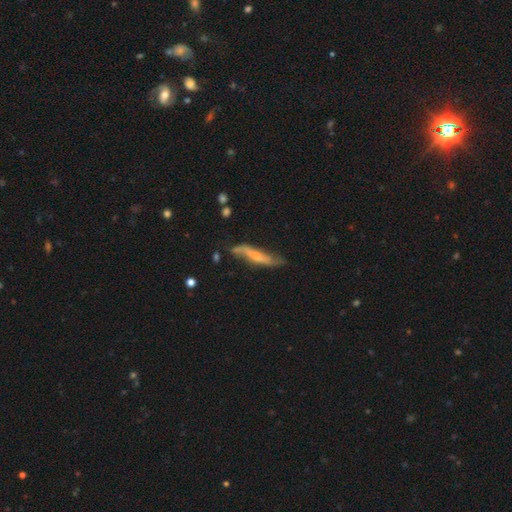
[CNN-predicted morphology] Smooth or featured?
  - featured or disk: 57% *
  - smooth: 36%
  - star or artifact: 7%
Edge-on disk?
  - yes: 54% *
  - no: 46%
Merging?
  - none: 56% *
  - minor disturbance: 28%
  - major disturbance: 11%
  - merger: 5%